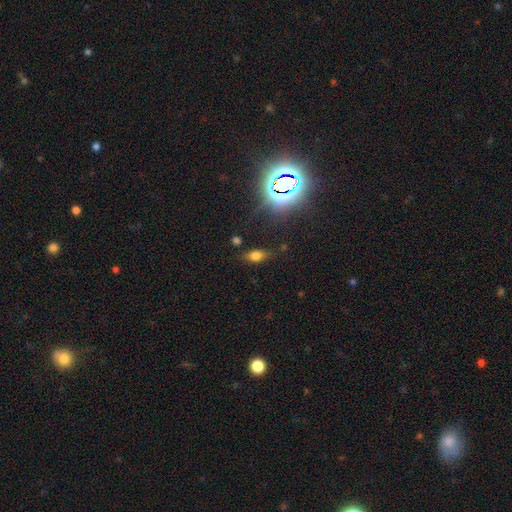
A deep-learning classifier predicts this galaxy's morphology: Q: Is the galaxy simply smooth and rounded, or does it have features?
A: smooth — 63%.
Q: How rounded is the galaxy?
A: in between — 79%.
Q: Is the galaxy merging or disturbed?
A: none — 73%.